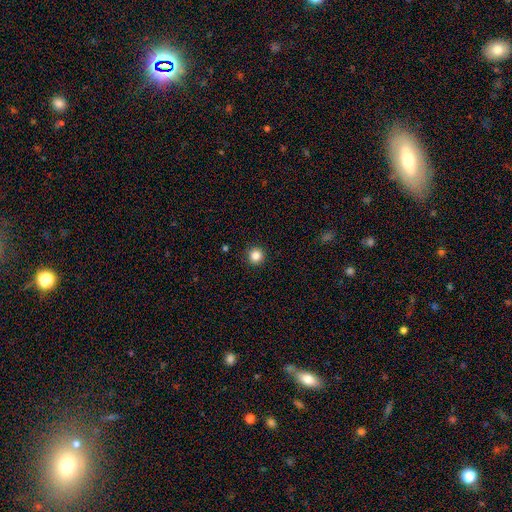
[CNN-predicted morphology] The model was most divided on "smooth or featured": smooth: 85%, star or artifact: 11%, featured or disk: 4%. More confident: how rounded — round (96%); merging — none (93%).